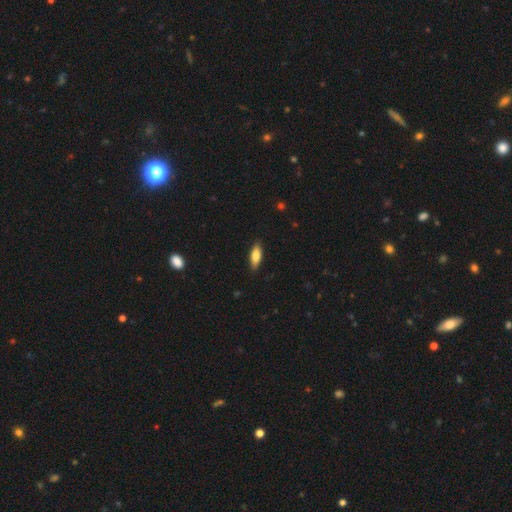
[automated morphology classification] This is clearly a smooth galaxy (80%). How rounded: likely in between (65%). Merging: clearly none (87%).